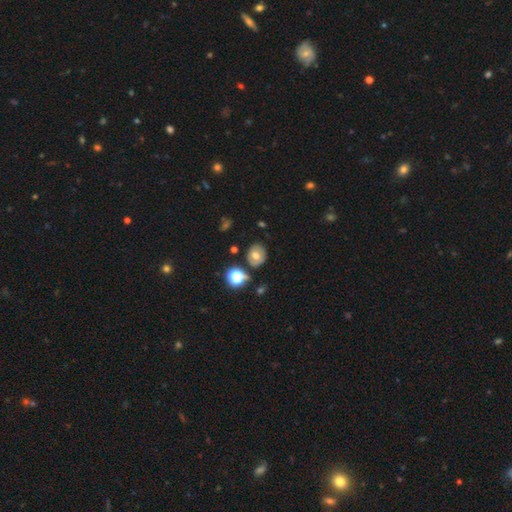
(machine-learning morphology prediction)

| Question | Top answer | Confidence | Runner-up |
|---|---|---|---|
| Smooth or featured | smooth | 58% | featured or disk (28%) |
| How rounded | round | 68% | in between (31%) |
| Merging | none | 80% | minor disturbance (12%) |